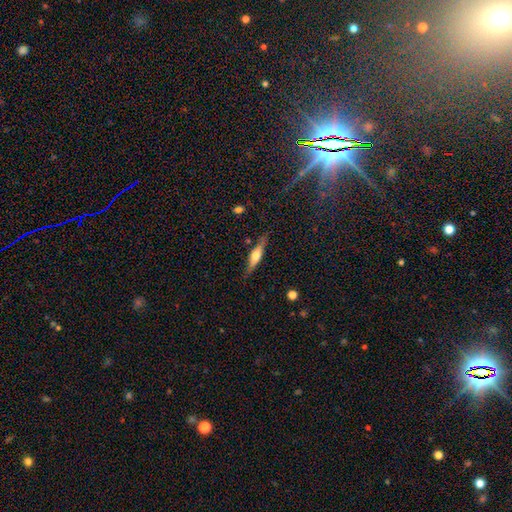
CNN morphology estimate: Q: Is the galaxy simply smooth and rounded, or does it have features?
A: featured or disk — 59%.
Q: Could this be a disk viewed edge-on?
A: yes — 94%.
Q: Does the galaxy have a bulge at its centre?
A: rounded — 88%.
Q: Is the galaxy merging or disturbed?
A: none — 82%.